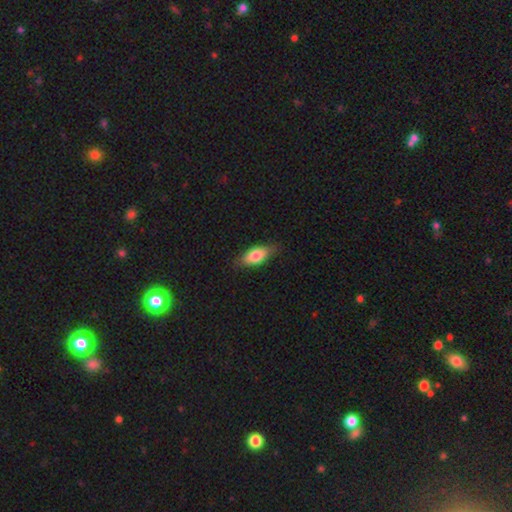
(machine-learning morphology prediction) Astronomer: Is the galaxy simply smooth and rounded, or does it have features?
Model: smooth — 74%.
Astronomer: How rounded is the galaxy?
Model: in between — 82%.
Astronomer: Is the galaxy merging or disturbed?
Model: none — 80%.